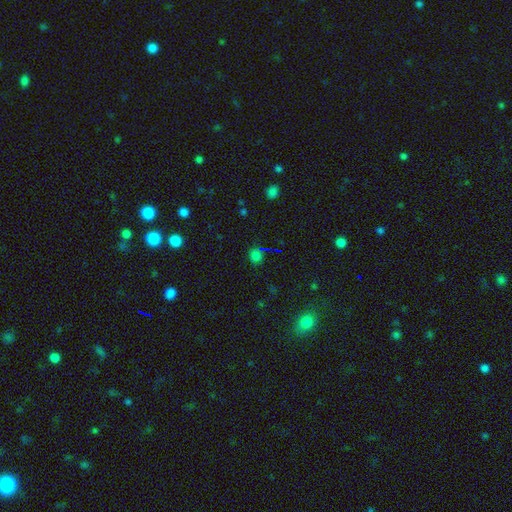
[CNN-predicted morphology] type=smooth (61%); roundness=round (71%); merging=none (80%).